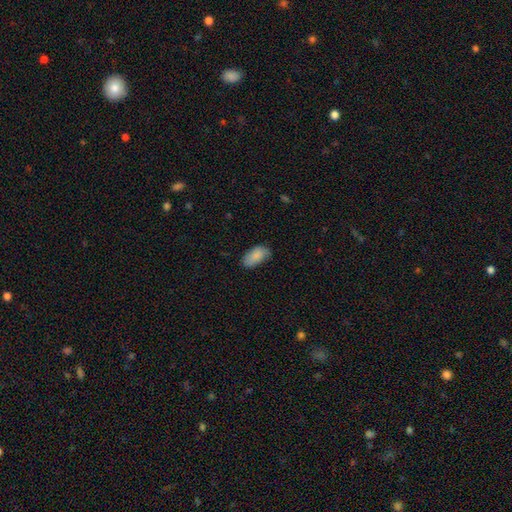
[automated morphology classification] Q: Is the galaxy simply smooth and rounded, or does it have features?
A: smooth — 87%.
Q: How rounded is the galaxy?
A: in between — 94%.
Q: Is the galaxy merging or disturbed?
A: none — 73%.